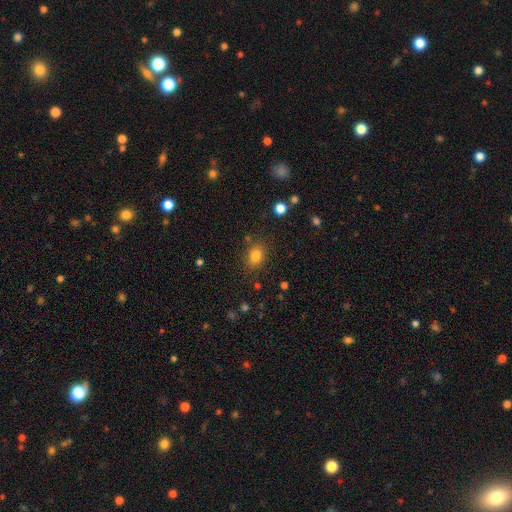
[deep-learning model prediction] Smooth or featured? smooth (82%)
How rounded? in between (60%)
Merging? none (80%)